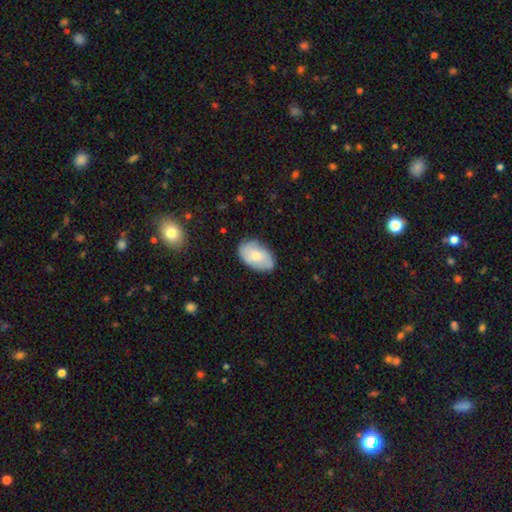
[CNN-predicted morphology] Q: Smooth or featured?
A: smooth (66%); runner-up: featured or disk (28%)
Q: How rounded?
A: in between (91%); runner-up: round (7%)
Q: Merging?
A: none (75%); runner-up: minor disturbance (19%)